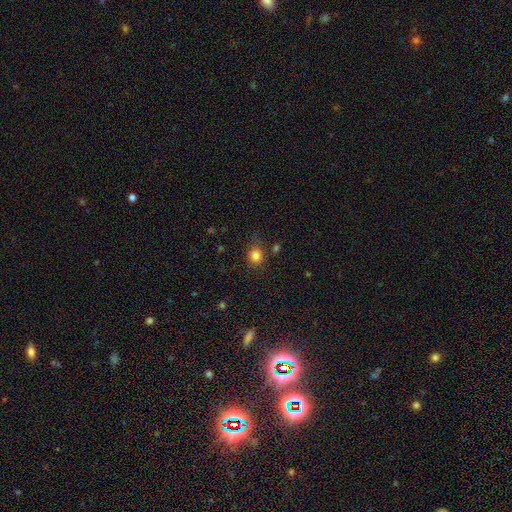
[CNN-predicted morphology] A smooth galaxy with no disk features (83%) that is round (69%).

Vote fractions:
- Smooth or featured? smooth: 83% / star or artifact: 11% / featured or disk: 6%
- How rounded? round: 69% / in between: 29% / cigar-shaped: 1%
- Merging? none: 68% / minor disturbance: 21% / major disturbance: 7% / merger: 5%